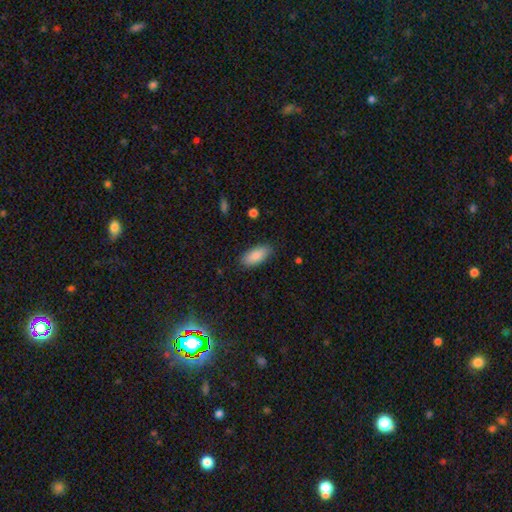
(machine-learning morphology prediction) Smooth or featured: smooth — 87% (featured or disk — 7%)
How rounded: in between — 89% (cigar-shaped — 9%)
Merging: none — 85% (minor disturbance — 11%)